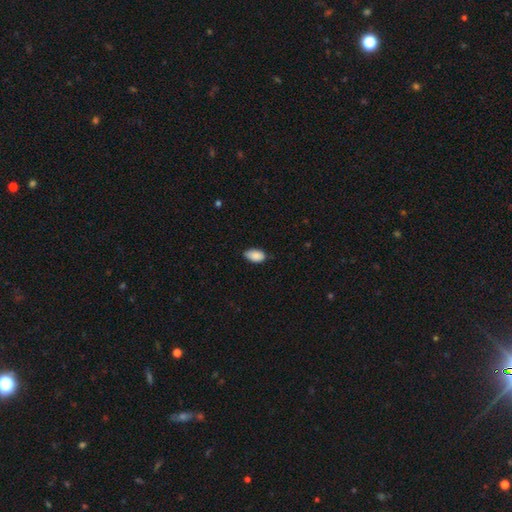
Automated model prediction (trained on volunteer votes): Q: Smooth or featured?
A: smooth (89%); runner-up: star or artifact (7%)
Q: How rounded?
A: in between (94%); runner-up: round (4%)
Q: Merging?
A: none (74%); runner-up: minor disturbance (22%)